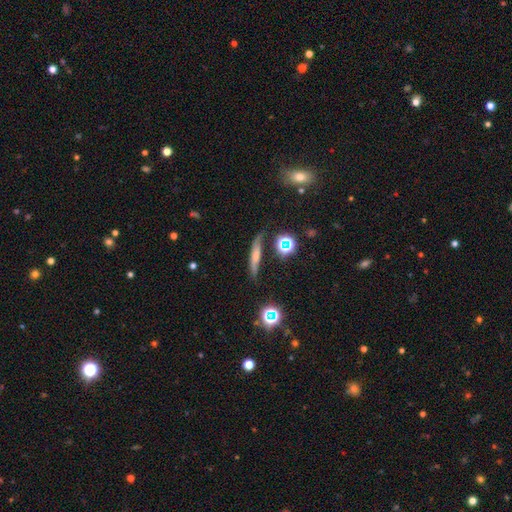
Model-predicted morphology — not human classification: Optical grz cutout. It shows a featured or disk galaxy (51%) viewed edge-on (91%). Merging: none (77%).